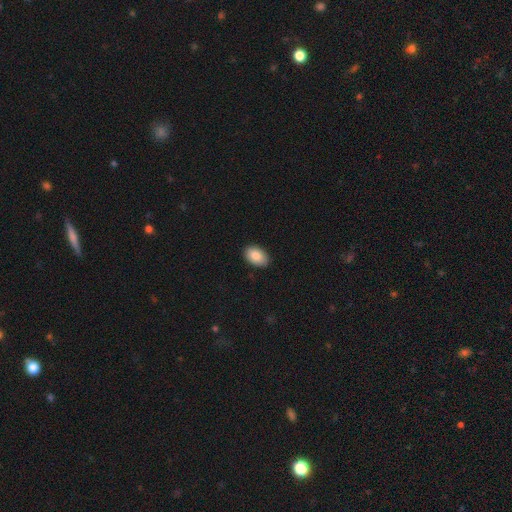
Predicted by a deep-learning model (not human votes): Smooth or featured: smooth — 85% (featured or disk — 8%)
How rounded: in between — 90% (round — 9%)
Merging: none — 89% (minor disturbance — 9%)